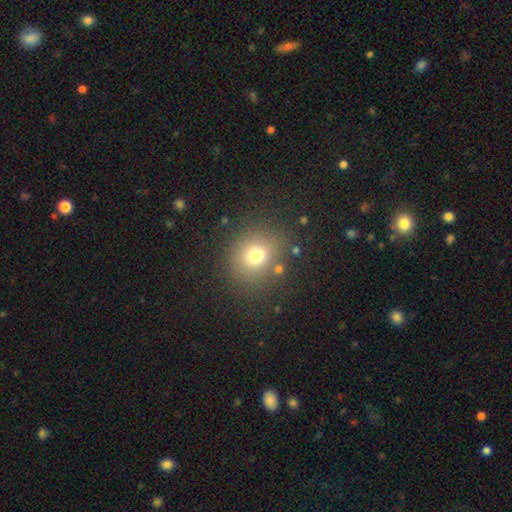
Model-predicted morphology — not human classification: smooth_or_featured: smooth (p=0.73) [alt: star or artifact p=0.16]
how_rounded: round (p=0.72) [alt: in between p=0.27]
merging: none (p=0.76) [alt: minor disturbance p=0.11]